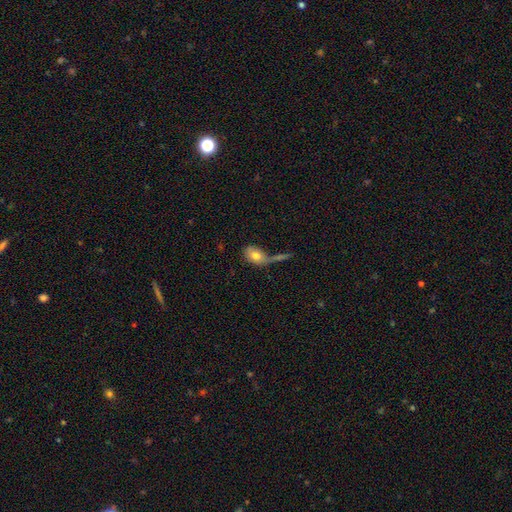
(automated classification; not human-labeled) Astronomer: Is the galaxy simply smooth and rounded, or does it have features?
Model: smooth — 73%.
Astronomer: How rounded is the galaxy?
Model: in between — 83%.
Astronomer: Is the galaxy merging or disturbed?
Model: none — 29%, tied with merger at 29%.